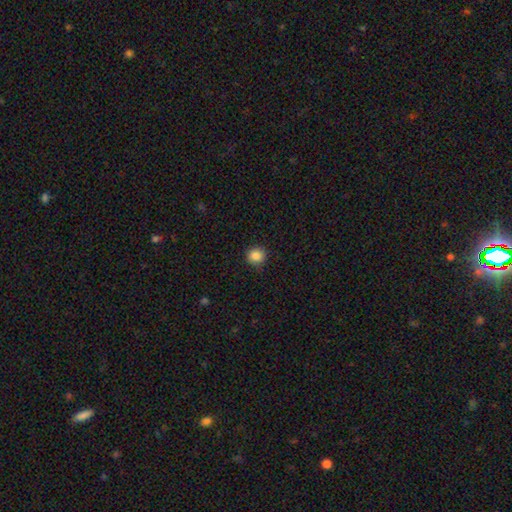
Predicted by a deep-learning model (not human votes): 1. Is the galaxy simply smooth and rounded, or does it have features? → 87% smooth, 10% star or artifact, 3% featured or disk.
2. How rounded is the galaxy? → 88% round, 11% in between, 1% cigar-shaped.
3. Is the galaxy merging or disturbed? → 88% none, 9% minor disturbance, 2% major disturbance, 1% merger.